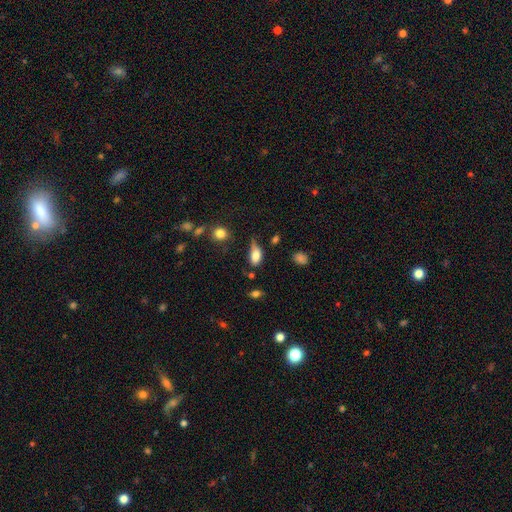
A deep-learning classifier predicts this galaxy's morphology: A smooth galaxy with no disk features (77%) that is in between round and cigar-shaped (85%).

Vote fractions:
- Smooth or featured? smooth: 77% / featured or disk: 15% / star or artifact: 9%
- How rounded? in between: 85% / cigar-shaped: 8% / round: 7%
- Merging? minor disturbance: 39% (tied) / none: 39% (tied) / major disturbance: 17% / merger: 5%